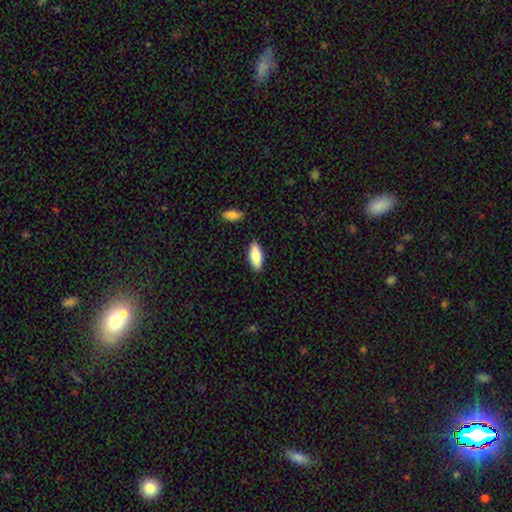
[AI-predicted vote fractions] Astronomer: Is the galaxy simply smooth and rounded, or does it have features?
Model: smooth — 84%.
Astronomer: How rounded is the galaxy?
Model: in between — 71%.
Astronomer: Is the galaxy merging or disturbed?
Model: none — 86%.